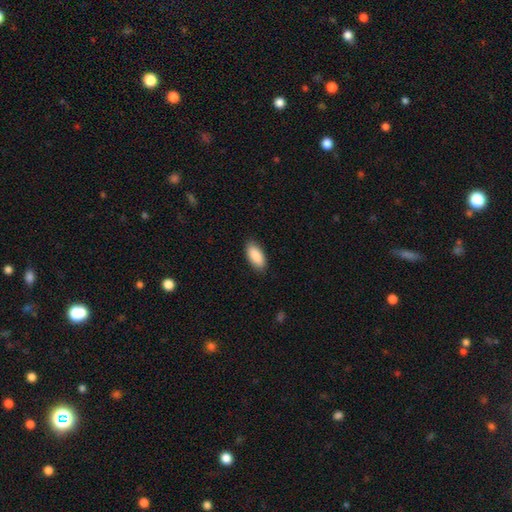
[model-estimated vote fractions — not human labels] Smooth or featured?
  - smooth: 90% *
  - star or artifact: 6%
  - featured or disk: 5%
How rounded?
  - in between: 90% *
  - cigar-shaped: 8%
  - round: 2%
Merging?
  - none: 88% *
  - minor disturbance: 9%
  - major disturbance: 2%
  - merger: 1%